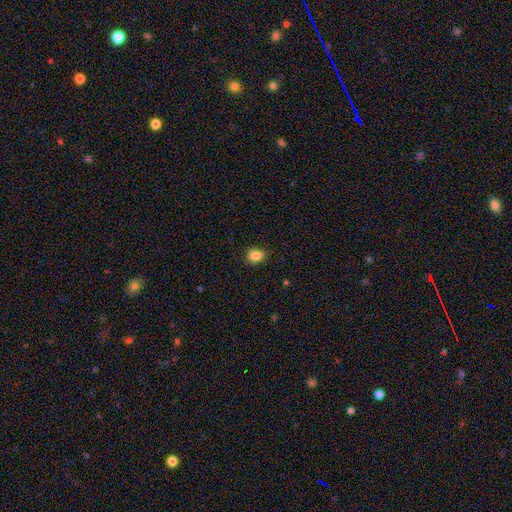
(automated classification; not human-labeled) This appears to be a smooth galaxy with no disk features (84%) that is round (66%). Merging: none (83%).